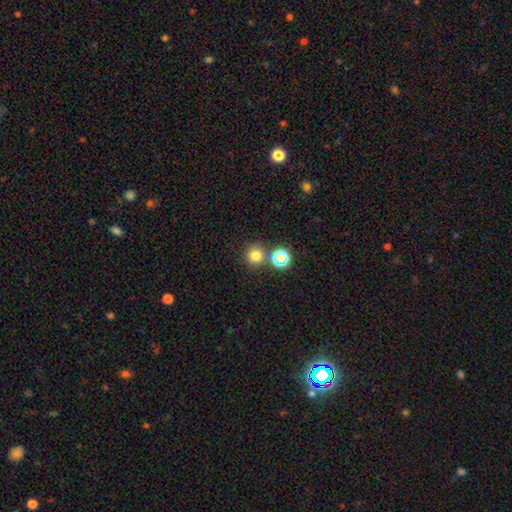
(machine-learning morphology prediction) A smooth galaxy with no disk features (74%) that is round (91%). Merging: none (74%).